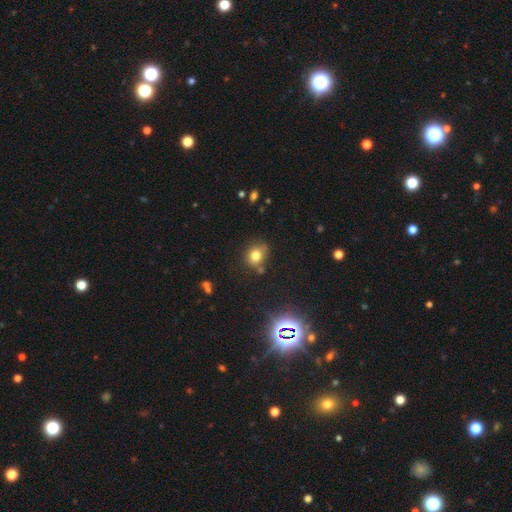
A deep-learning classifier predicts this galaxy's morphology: This is likely a smooth galaxy (77%). How rounded: likely round (66%). Merging: likely none (67%).